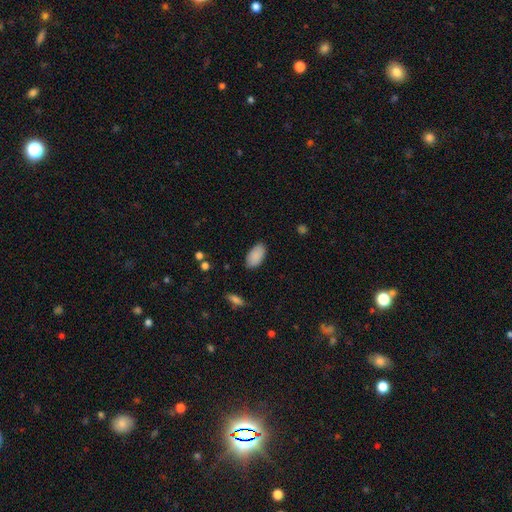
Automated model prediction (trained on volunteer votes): Smooth or featured? Predicted: smooth (p=0.89). How rounded? Predicted: in between (p=0.95). Merging? Predicted: none (p=0.86).